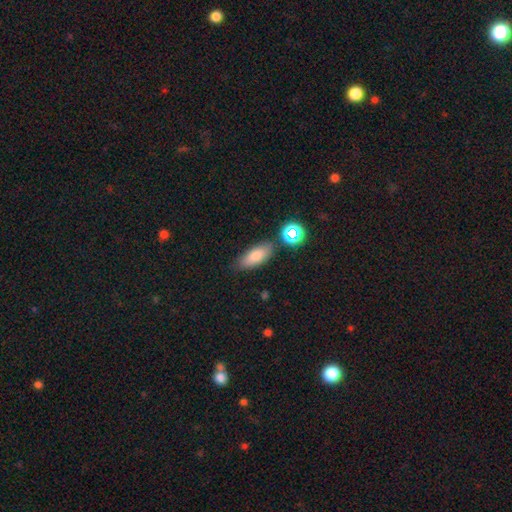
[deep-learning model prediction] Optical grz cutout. It shows a smooth galaxy with no disk features (77%) that is in between round and cigar-shaped (75%). Merging: none (78%).